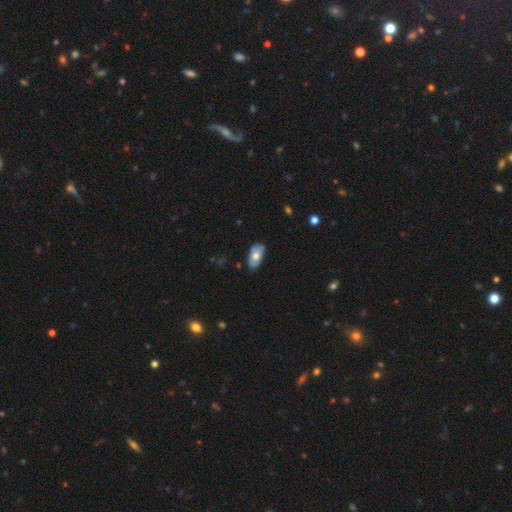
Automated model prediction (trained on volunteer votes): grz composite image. It shows a smooth galaxy with no disk features (62%) that is in between round and cigar-shaped (93%). Merging: none (79%).